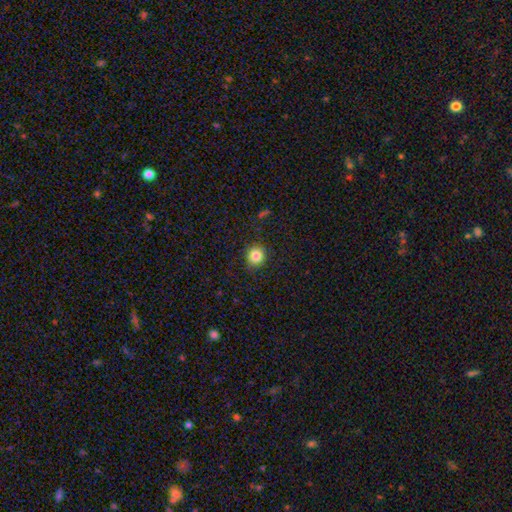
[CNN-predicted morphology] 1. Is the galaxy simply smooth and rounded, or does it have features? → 84% smooth, 11% star or artifact, 5% featured or disk.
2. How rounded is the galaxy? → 86% round, 13% in between, 1% cigar-shaped.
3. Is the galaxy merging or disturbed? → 87% none, 10% minor disturbance, 3% major disturbance, 1% merger.